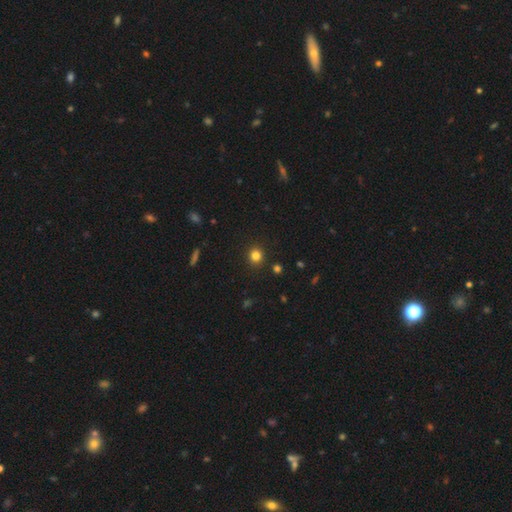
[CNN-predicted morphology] Q: Smooth or featured?
A: smooth (81%); runner-up: star or artifact (14%)
Q: How rounded?
A: round (89%); runner-up: in between (10%)
Q: Merging?
A: none (91%); runner-up: minor disturbance (5%)